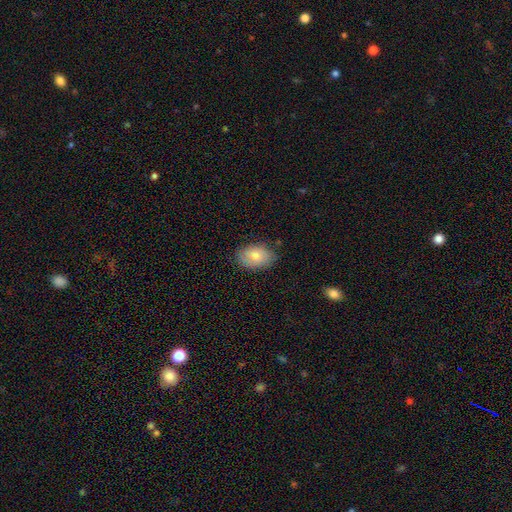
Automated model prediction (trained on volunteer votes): This is clearly a smooth galaxy (81%). How rounded: clearly in between (88%). Merging: likely none (79%).